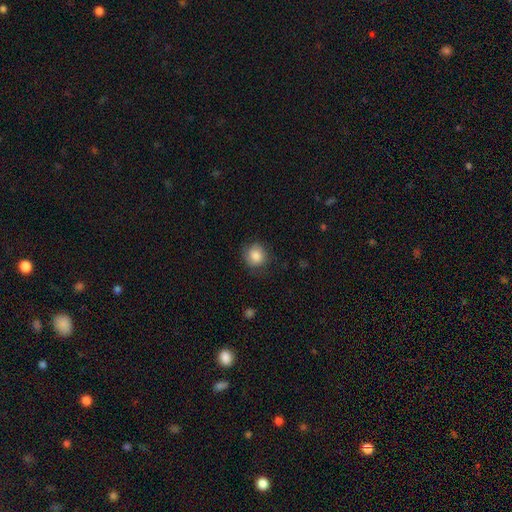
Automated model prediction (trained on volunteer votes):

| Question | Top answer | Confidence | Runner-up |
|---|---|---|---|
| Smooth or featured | smooth | 83% | featured or disk (9%) |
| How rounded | round | 83% | in between (16%) |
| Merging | none | 74% | minor disturbance (19%) |